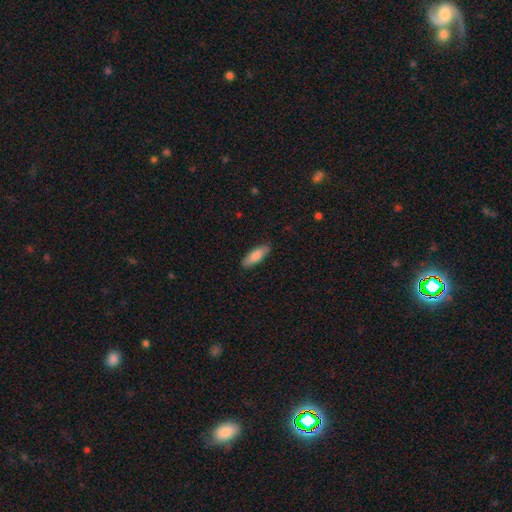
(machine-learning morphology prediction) smooth-or-featured: smooth: 83% | featured or disk: 12% | star or artifact: 5%
  how-rounded: in between: 57% | cigar-shaped: 41% | round: 2%
  merging: none: 86% | minor disturbance: 11% | major disturbance: 2% | merger: 1%